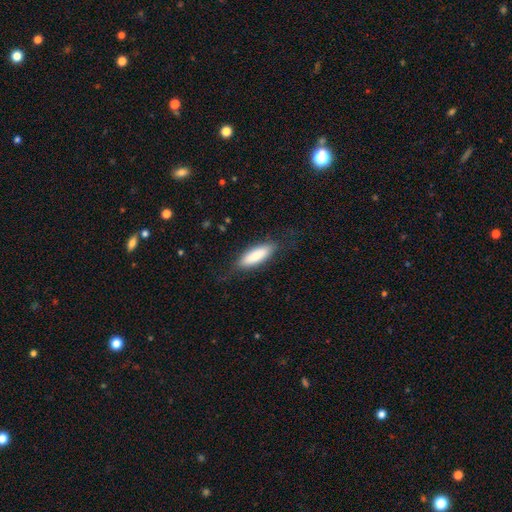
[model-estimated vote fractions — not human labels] smooth-or-featured: smooth: 82% | featured or disk: 13% | star or artifact: 6%
  how-rounded: in between: 56% | cigar-shaped: 42% | round: 2%
  merging: none: 79% | minor disturbance: 15% | major disturbance: 5% | merger: 1%